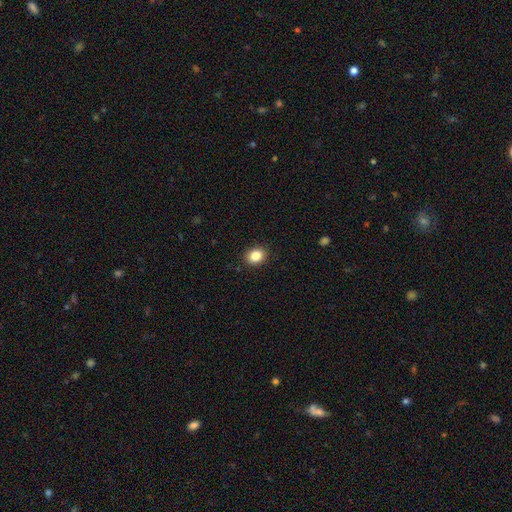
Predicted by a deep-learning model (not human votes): Morphology: type=smooth (85%); roundness=in between (55%); merging=none (89%).